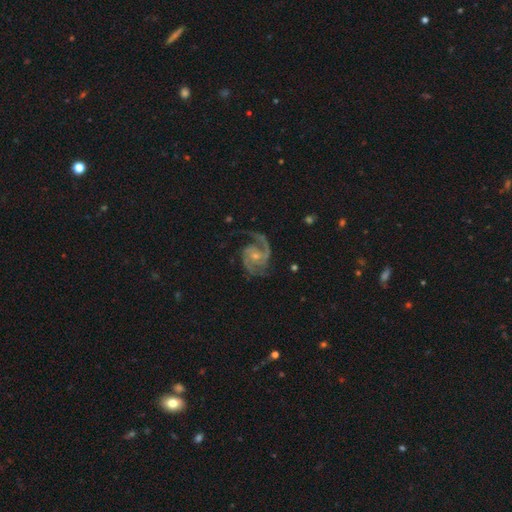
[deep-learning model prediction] This appears to be a featured or disk galaxy (92%) with no bar (54%), 2 (71%) medium (56%) spiral arms (98%) and a small central bulge (66%). Merging: none (67%).